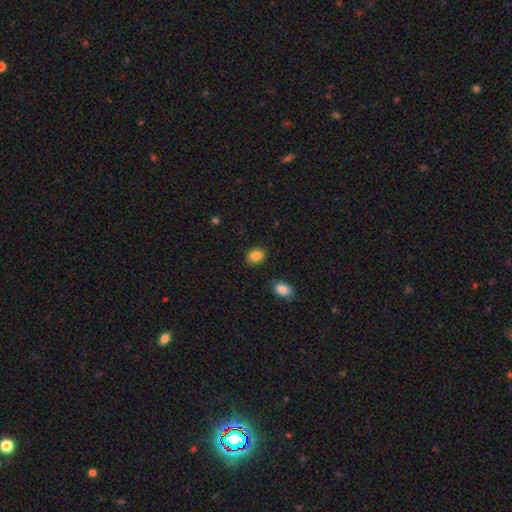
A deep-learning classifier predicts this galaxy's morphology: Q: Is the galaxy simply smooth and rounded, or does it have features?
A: smooth — 86%.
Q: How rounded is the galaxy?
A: round — 50%.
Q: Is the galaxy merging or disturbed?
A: none — 87%.